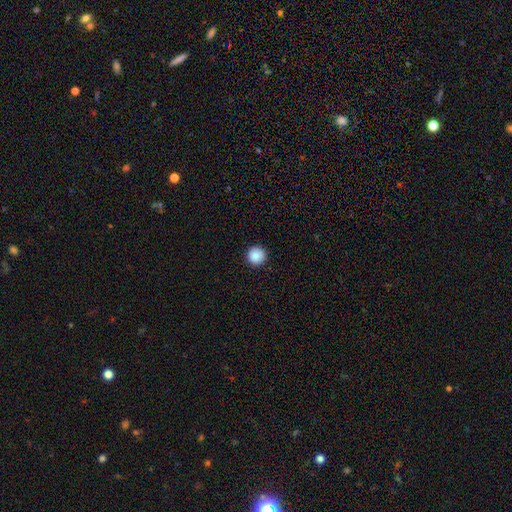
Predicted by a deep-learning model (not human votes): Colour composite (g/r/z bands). It shows a smooth galaxy with no disk features (88%) that is round (96%). Merging: none (93%).